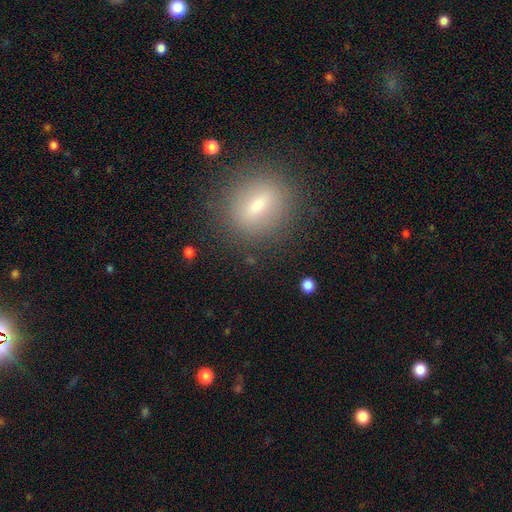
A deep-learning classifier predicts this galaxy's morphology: A smooth galaxy with no disk features (61%) that is round (50%). Merging: none (88%).